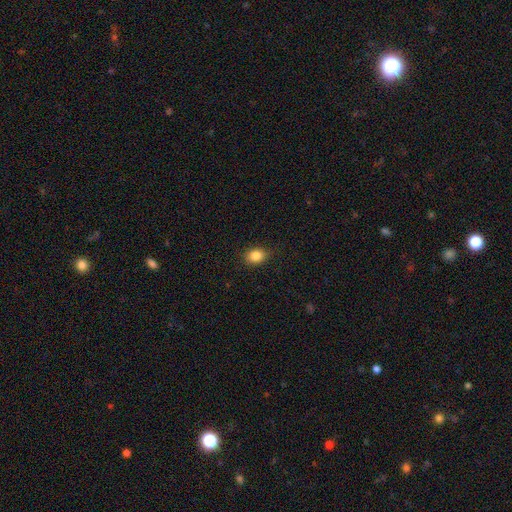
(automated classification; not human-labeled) A smooth galaxy with no disk features (86%) that is in between round and cigar-shaped (60%). Merging: none (86%).